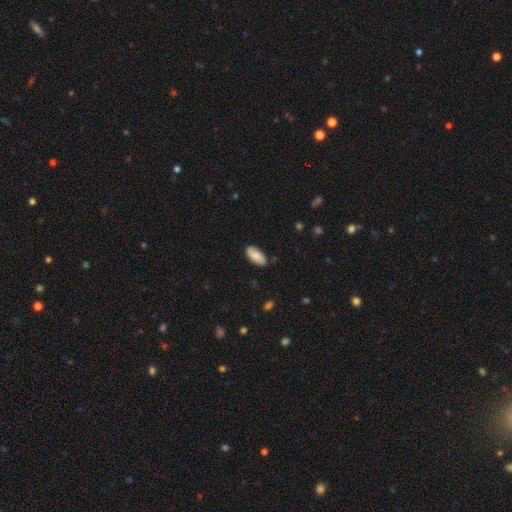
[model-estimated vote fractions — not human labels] smooth_or_featured: smooth (p=0.75) [alt: featured or disk p=0.19]
how_rounded: in between (p=0.90) [alt: cigar-shaped p=0.07]
merging: none (p=0.84) [alt: minor disturbance p=0.13]